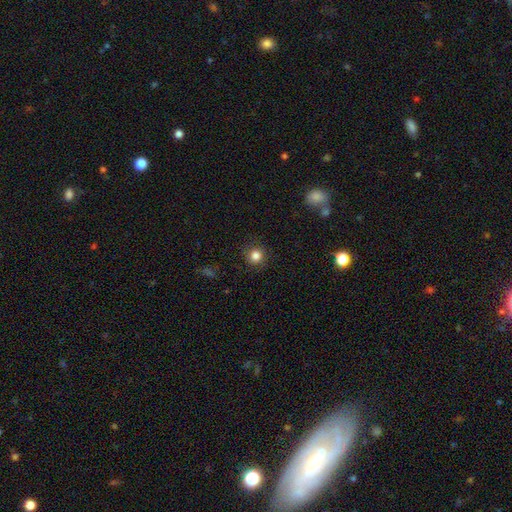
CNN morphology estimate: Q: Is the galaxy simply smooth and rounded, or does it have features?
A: smooth — 83%.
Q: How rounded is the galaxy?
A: round — 92%.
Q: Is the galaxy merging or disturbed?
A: none — 88%.